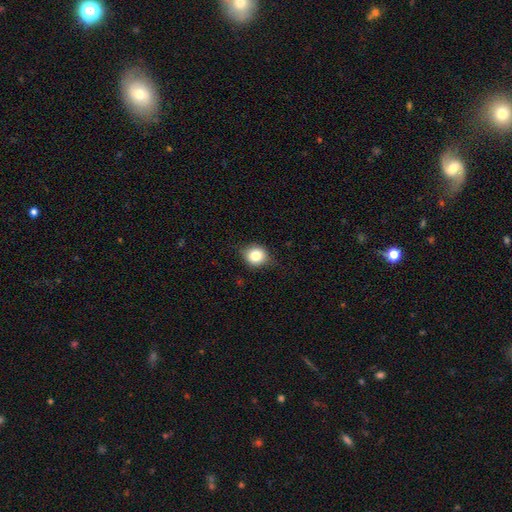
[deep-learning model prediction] The model was most divided on "how rounded": round: 77%, in between: 22%, cigar-shaped: 1%. More confident: smooth or featured — smooth (79%); merging — none (78%).